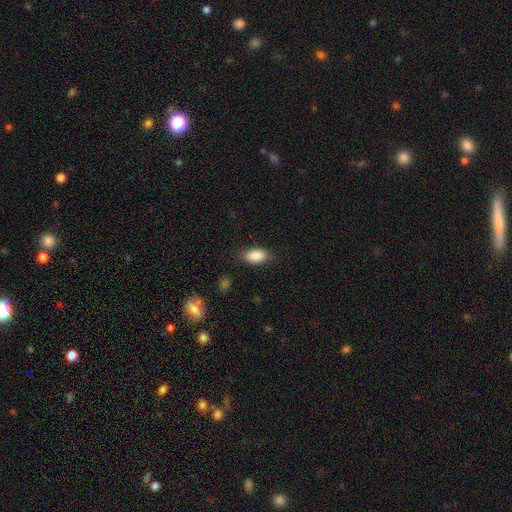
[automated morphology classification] A smooth galaxy with no disk features (87%) that is in between round and cigar-shaped (91%). Merging: none (82%).